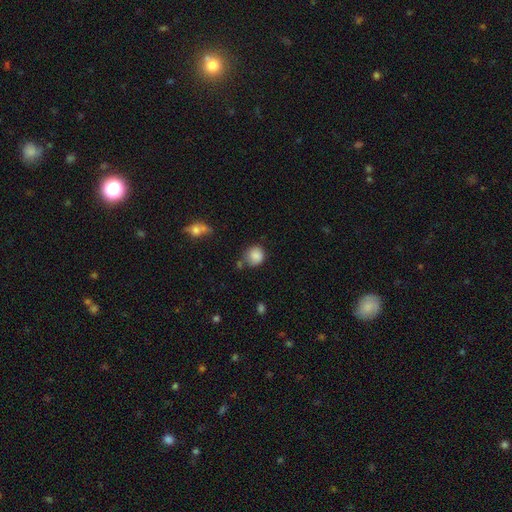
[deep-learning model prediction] A smooth galaxy with no disk features (84%) that is round (80%).

Vote fractions:
- Smooth or featured? smooth: 84% / star or artifact: 9% / featured or disk: 7%
- How rounded? round: 80% / in between: 19% / cigar-shaped: 1%
- Merging? none: 62% / minor disturbance: 24% / merger: 8% / major disturbance: 6%